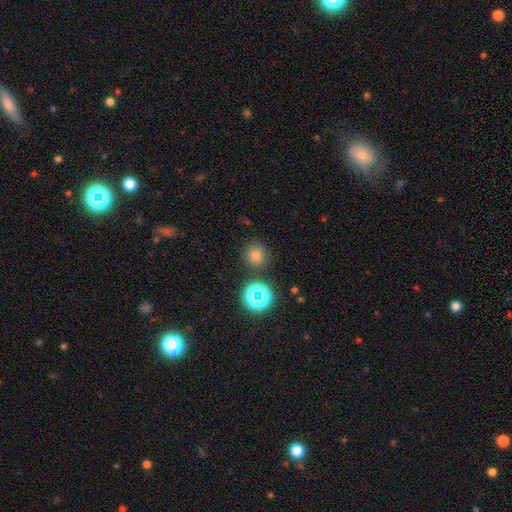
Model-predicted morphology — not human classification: This is likely a smooth galaxy (69%). How rounded: clearly round (92%). Merging: clearly none (85%).